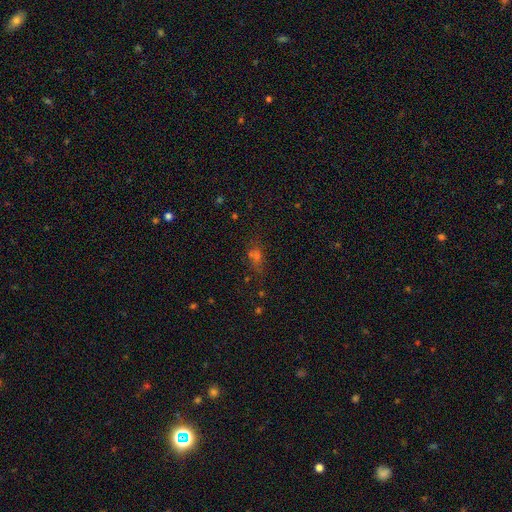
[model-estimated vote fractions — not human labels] smooth-or-featured: smooth: 50% | star or artifact: 34% | featured or disk: 16%
  merging: none: 56% | minor disturbance: 21% | major disturbance: 16% | merger: 7%